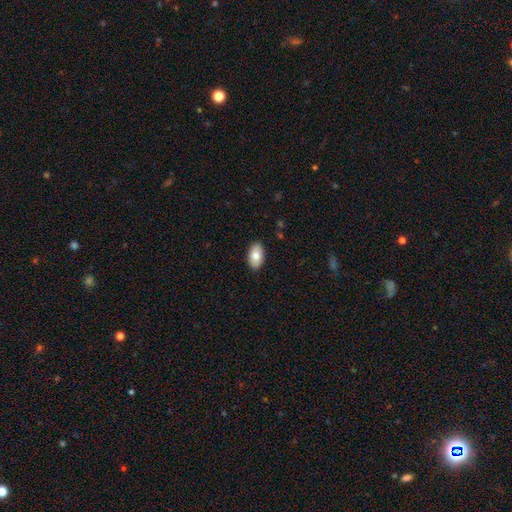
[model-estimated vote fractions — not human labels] This is likely a smooth galaxy (79%). How rounded: clearly in between (94%). Merging: clearly none (88%).